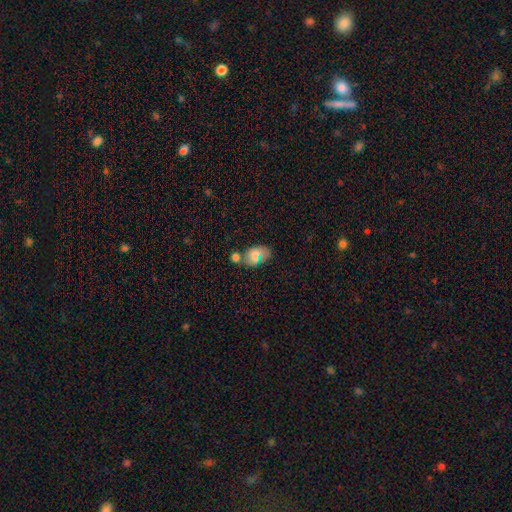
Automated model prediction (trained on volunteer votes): This is likely a smooth galaxy (69%). How rounded: clearly in between (86%). Merging: marginally none (41%).